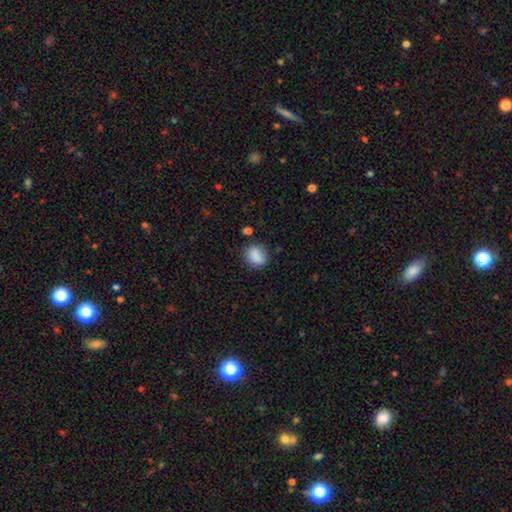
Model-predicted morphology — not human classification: The model was most divided on "how rounded": round: 51%, in between: 48%, cigar-shaped: 1%. More confident: smooth or featured — smooth (87%); merging — none (76%).